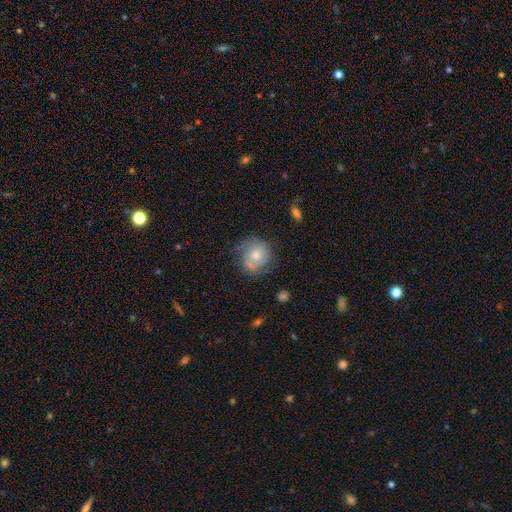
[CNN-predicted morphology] type=smooth (52%); roundness=round (79%); merging=none (58%).